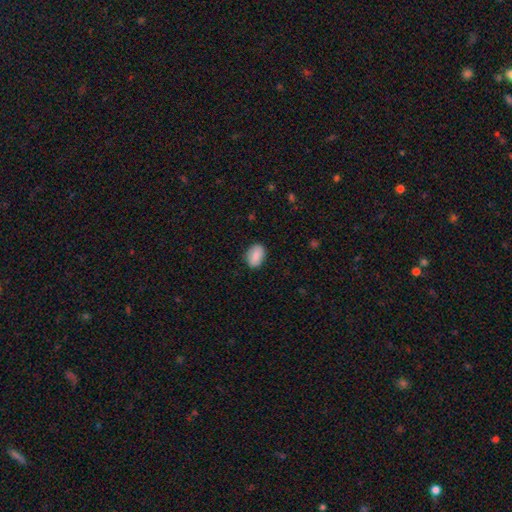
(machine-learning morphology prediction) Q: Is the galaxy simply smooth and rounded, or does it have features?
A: smooth — 85%.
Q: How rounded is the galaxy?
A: in between — 84%.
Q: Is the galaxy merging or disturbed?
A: none — 85%.